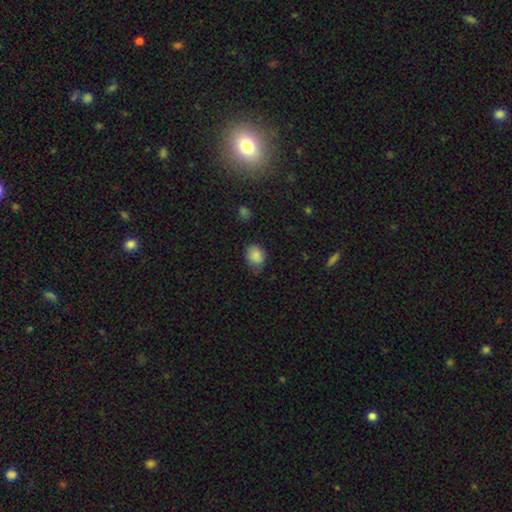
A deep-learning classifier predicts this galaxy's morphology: Smooth or featured? smooth (85%)
How rounded? in between (50%)
Merging? none (63%)